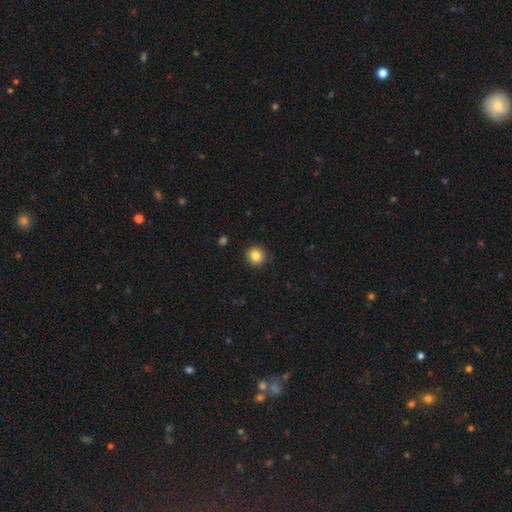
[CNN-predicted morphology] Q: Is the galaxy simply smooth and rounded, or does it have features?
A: smooth — 85%.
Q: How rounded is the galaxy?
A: round — 93%.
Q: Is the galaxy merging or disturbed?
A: none — 91%.